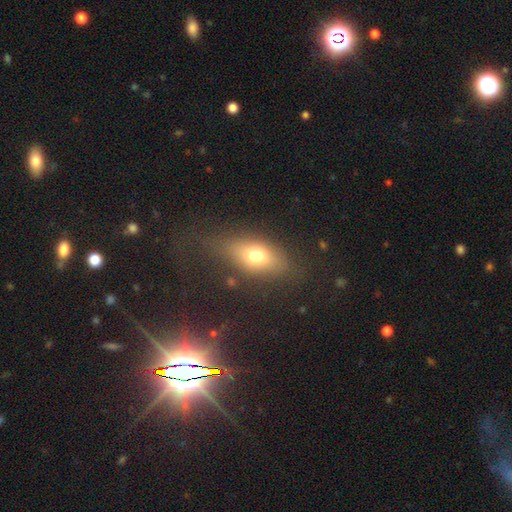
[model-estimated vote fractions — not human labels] The model was most divided on "merging": none: 62%, minor disturbance: 21%, major disturbance: 14%, merger: 3%. More confident: how rounded — in between (79%); smooth or featured — smooth (69%).